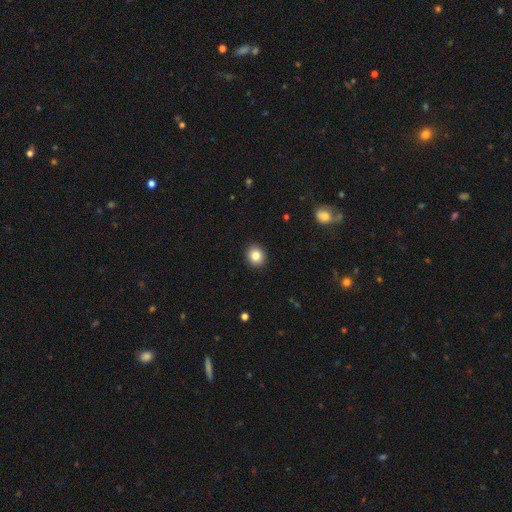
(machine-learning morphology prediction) A smooth galaxy with no disk features (83%) that is round (80%). Merging: none (92%).